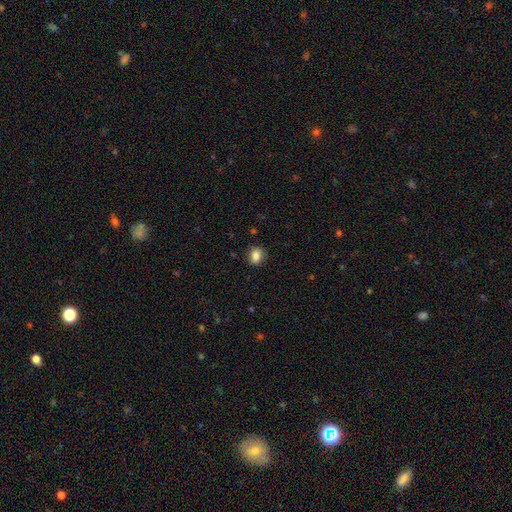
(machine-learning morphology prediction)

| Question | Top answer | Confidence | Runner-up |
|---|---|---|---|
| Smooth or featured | smooth | 86% | star or artifact (9%) |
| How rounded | in between | 56% | round (42%) |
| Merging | none | 87% | minor disturbance (10%) |